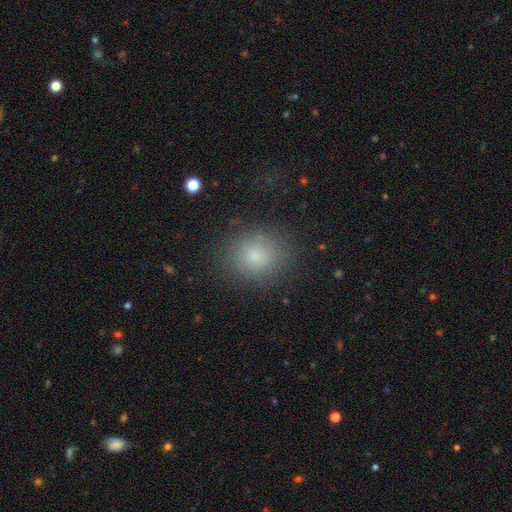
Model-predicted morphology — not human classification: Q: Smooth or featured?
A: smooth (78%); runner-up: star or artifact (13%)
Q: How rounded?
A: round (61%); runner-up: in between (38%)
Q: Merging?
A: none (82%); runner-up: minor disturbance (11%)